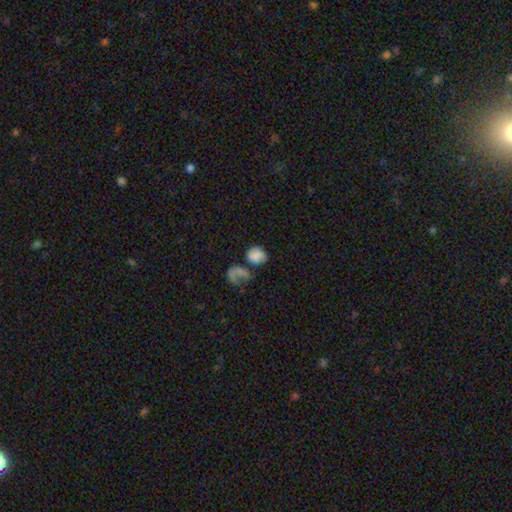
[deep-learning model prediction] Morphology: type=smooth (68%); roundness=round (53%); merging=merger (33%).